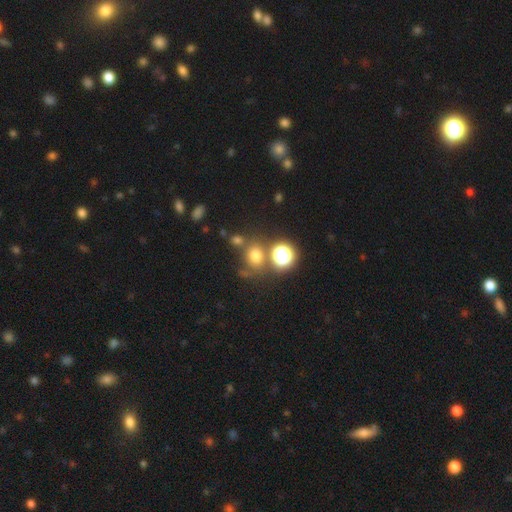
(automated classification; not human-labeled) This is likely a smooth galaxy (67%). How rounded: likely round (69%). Merging: likely none (64%).